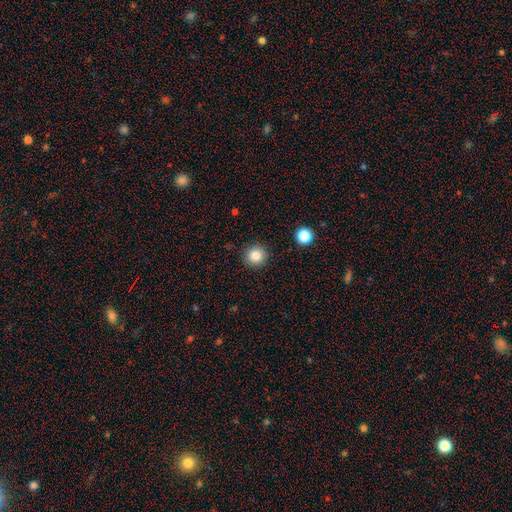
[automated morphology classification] This appears to be a smooth galaxy with no disk features (83%) that is round (94%). Merging: none (90%).